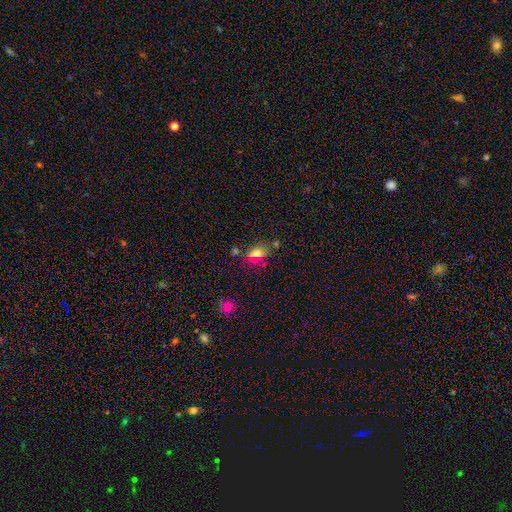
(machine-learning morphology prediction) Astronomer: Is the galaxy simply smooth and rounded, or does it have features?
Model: smooth — 73%.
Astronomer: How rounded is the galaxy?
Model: in between — 74%.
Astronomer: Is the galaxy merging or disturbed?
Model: none — 69%.